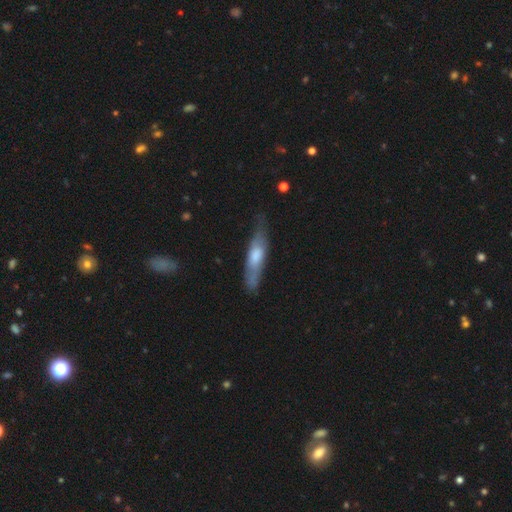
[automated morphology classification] Smooth or featured?
  - smooth: 57% *
  - featured or disk: 37%
  - star or artifact: 6%
How rounded?
  - cigar-shaped: 66% *
  - in between: 32%
  - round: 2%
Merging?
  - none: 62% *
  - minor disturbance: 27%
  - major disturbance: 9%
  - merger: 2%